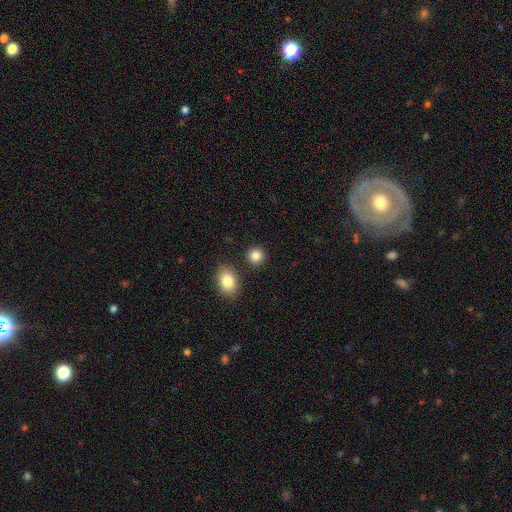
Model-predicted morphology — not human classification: The model was most divided on "how rounded": round: 87%, in between: 12%, cigar-shaped: 1%. More confident: merging — none (86%); smooth or featured — smooth (85%).